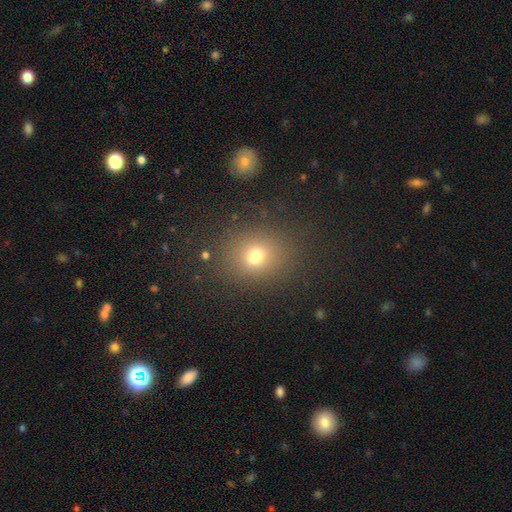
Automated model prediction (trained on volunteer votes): A smooth galaxy with no disk features (68%) that is round (59%).

Vote fractions:
- Smooth or featured? smooth: 68% / star or artifact: 20% / featured or disk: 12%
- How rounded? round: 59% / in between: 40% / cigar-shaped: 1%
- Merging? none: 70% / merger: 13% / minor disturbance: 11% / major disturbance: 5%